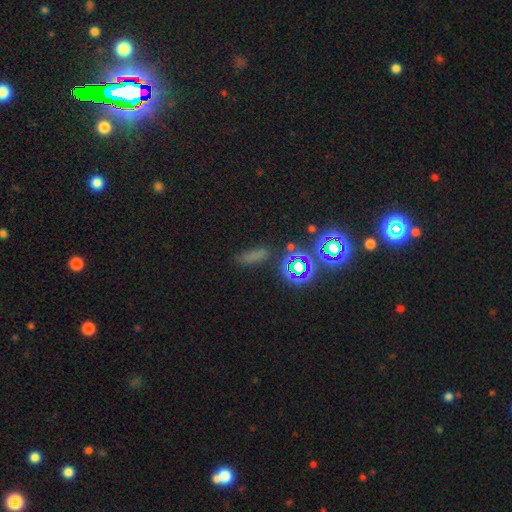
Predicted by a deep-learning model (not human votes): smooth 55%, star or artifact 35%, featured or disk 10%. Down the decision tree: how rounded — in between (45%); merging — none (76%).